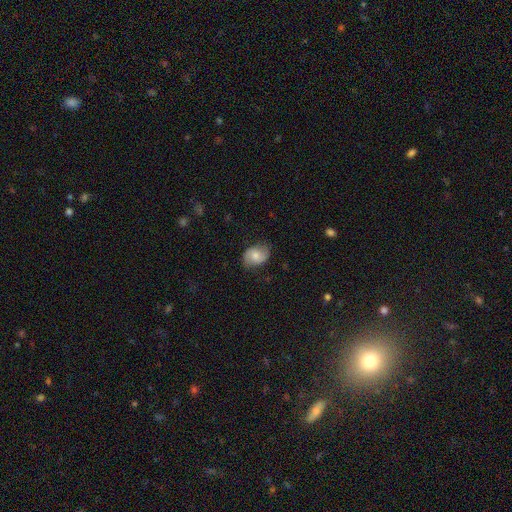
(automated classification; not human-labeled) Smooth or featured: smooth — 57% (featured or disk — 35%)
How rounded: in between — 64% (round — 34%)
Merging: none — 74% (minor disturbance — 20%)